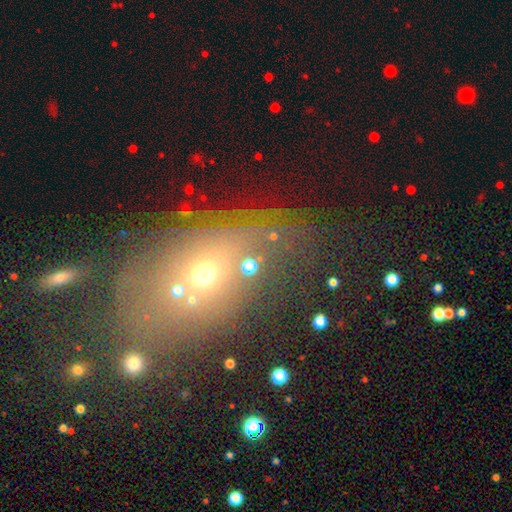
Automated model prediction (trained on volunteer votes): Overall: smooth (44%; star or artifact 31%). Merging: none (49%; merger 20%).